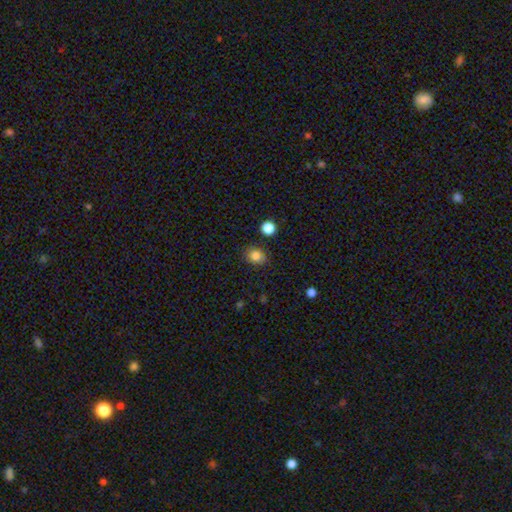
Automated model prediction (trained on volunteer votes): Smooth or featured? smooth (83%)
How rounded? round (61%)
Merging? none (84%)